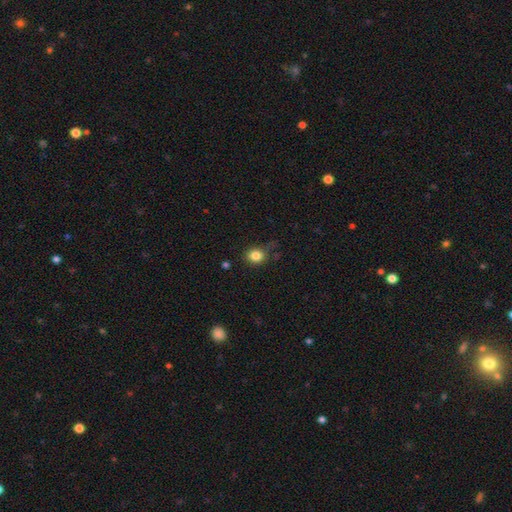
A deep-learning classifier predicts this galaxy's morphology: smooth-or-featured: smooth: 83% | star or artifact: 11% | featured or disk: 6%
  how-rounded: round: 73% | in between: 26% | cigar-shaped: 1%
  merging: none: 73% | minor disturbance: 19% | major disturbance: 6% | merger: 3%